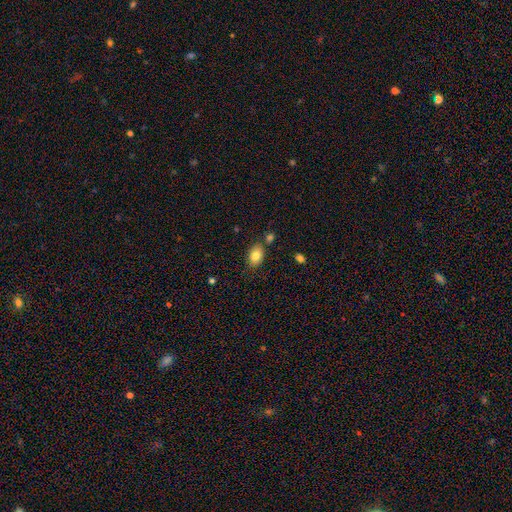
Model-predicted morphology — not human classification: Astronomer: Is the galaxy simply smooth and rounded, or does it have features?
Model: smooth — 84%.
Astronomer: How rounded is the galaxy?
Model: in between — 85%.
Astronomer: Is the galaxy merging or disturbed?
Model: none — 77%.